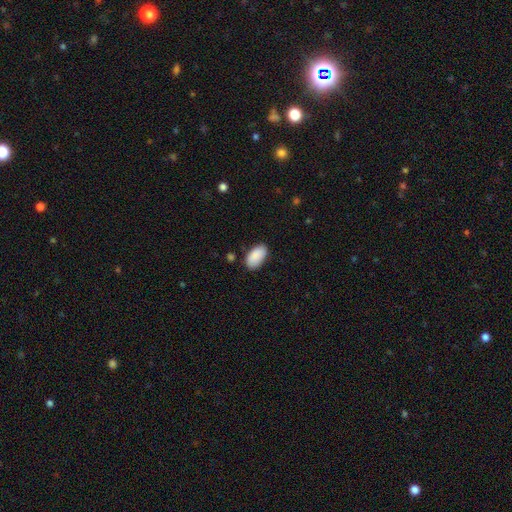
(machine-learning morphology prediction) smooth_or_featured: smooth (p=0.90) [alt: star or artifact p=0.06]
how_rounded: in between (p=0.95) [alt: round p=0.03]
merging: none (p=0.83) [alt: minor disturbance p=0.13]